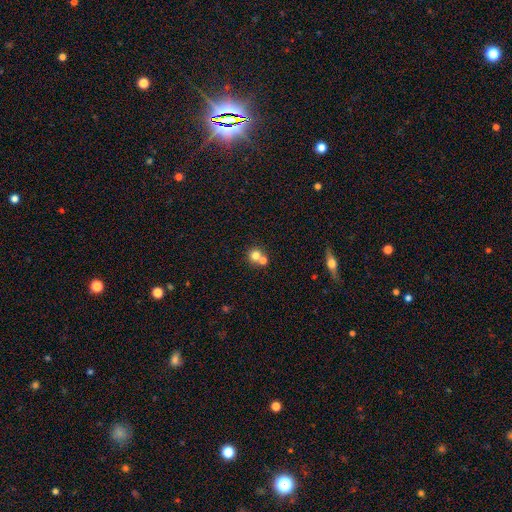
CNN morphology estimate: smooth-or-featured: smooth: 75% | star or artifact: 13% | featured or disk: 12%
  how-rounded: round: 88% | in between: 11% | cigar-shaped: 1%
  merging: none: 49% | merger: 42% | minor disturbance: 6% | major disturbance: 3%